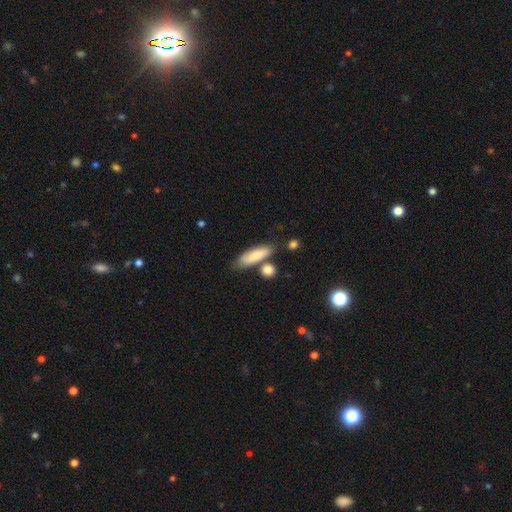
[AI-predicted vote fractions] Morphology: type=smooth (77%); roundness=cigar-shaped (51%); merging=none (65%).